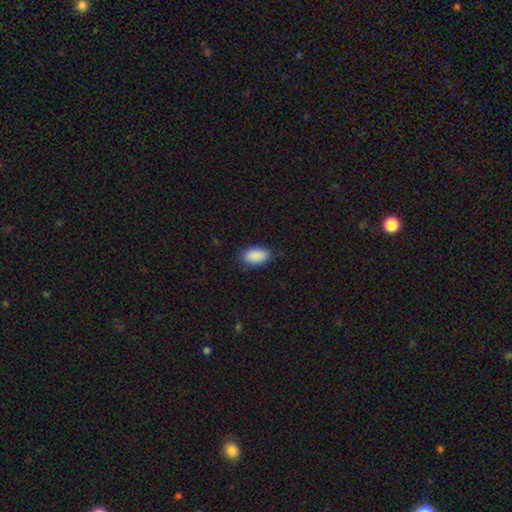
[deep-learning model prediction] The model was most divided on "merging": none: 85%, minor disturbance: 12%, major disturbance: 3%, merger: 1%. More confident: how rounded — in between (93%); smooth or featured — smooth (90%).